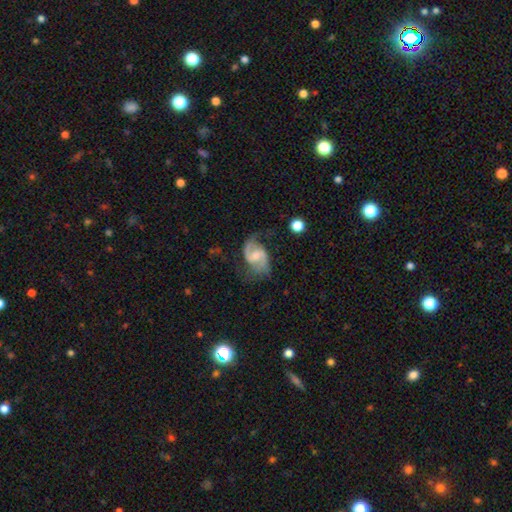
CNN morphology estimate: A featured or disk galaxy (84%) with a weak bar (56%), 2 (90%) medium (48%) spiral arms (96%) and a moderate central bulge (44%). Merging: none (63%).